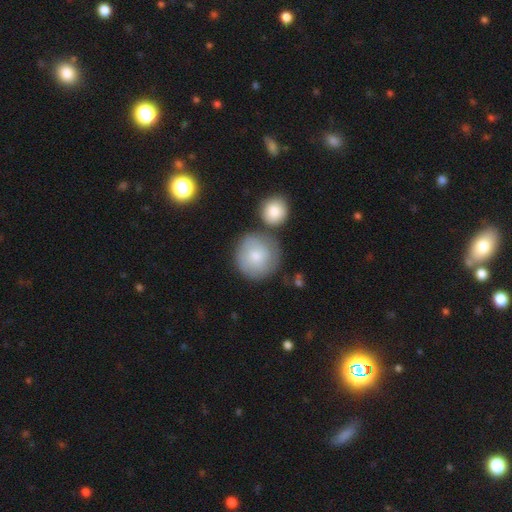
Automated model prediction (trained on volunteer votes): A smooth galaxy with no disk features (75%) that is round (94%).

Vote fractions:
- Smooth or featured? smooth: 75% / featured or disk: 19% / star or artifact: 6%
- How rounded? round: 94% / in between: 5% / cigar-shaped: 1%
- Merging? none: 65% / merger: 15% / minor disturbance: 15% / major disturbance: 5%